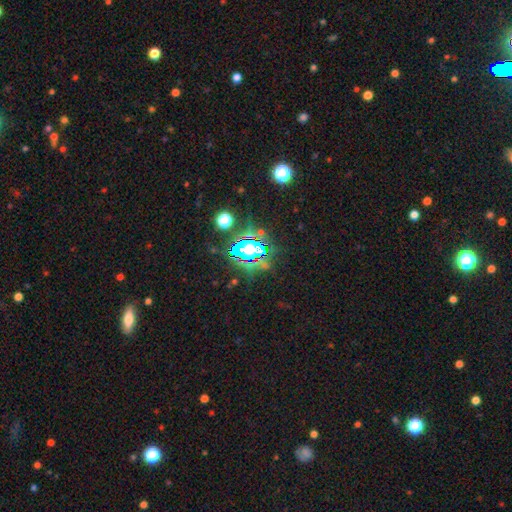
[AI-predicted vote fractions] star or artifact 75%, smooth 15%, featured or disk 10%.